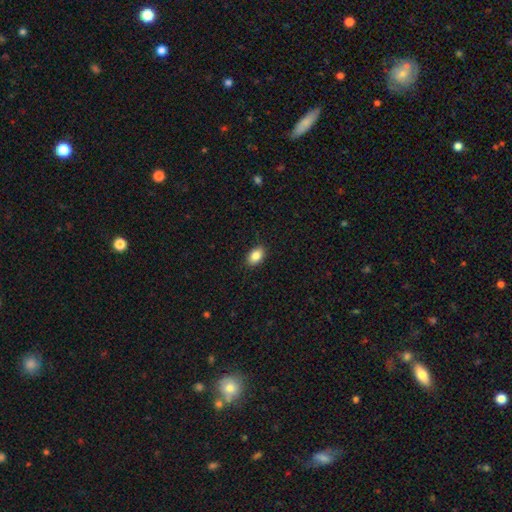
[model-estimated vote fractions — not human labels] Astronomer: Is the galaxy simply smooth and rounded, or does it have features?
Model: smooth — 87%.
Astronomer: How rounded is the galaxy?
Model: in between — 88%.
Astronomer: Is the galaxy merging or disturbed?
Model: none — 88%.